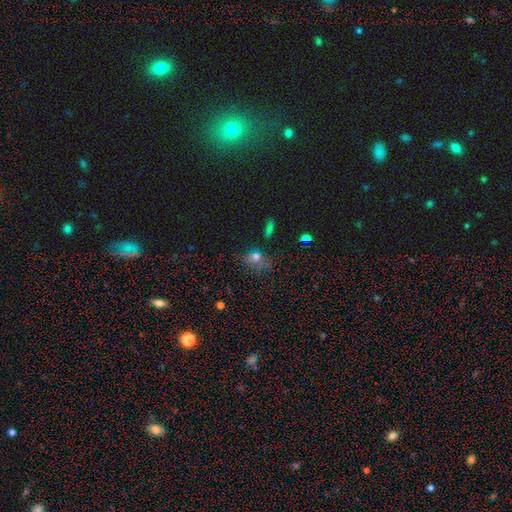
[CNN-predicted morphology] Smooth or featured: smooth — 62% (star or artifact — 27%)
How rounded: round — 55% (in between — 42%)
Merging: none — 61% (minor disturbance — 22%)